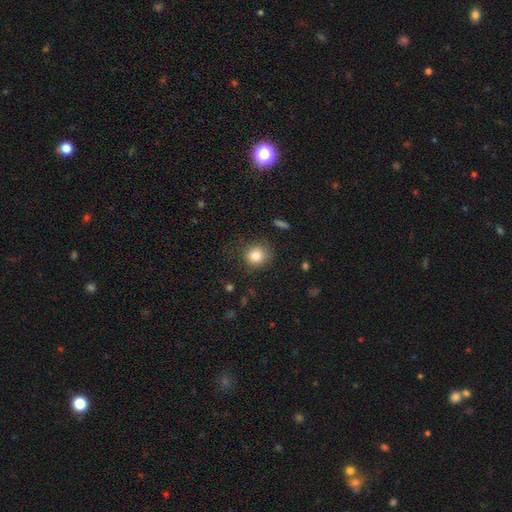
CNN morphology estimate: smooth-or-featured: smooth: 82% | star or artifact: 11% | featured or disk: 7%
  how-rounded: round: 86% | in between: 13% | cigar-shaped: 1%
  merging: none: 80% | minor disturbance: 14% | major disturbance: 5% | merger: 1%